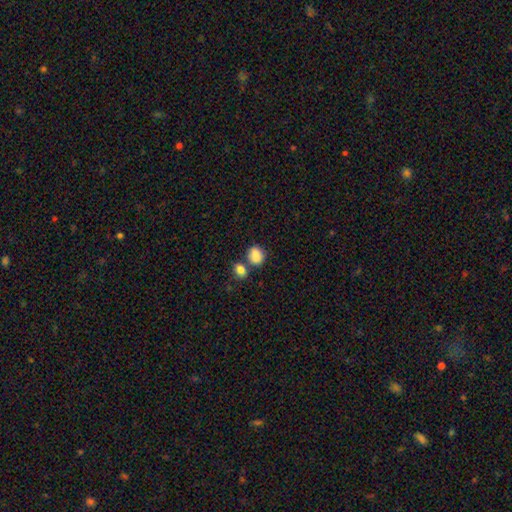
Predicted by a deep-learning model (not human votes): smooth_or_featured: smooth (p=0.85) [alt: star or artifact p=0.09]
how_rounded: in between (p=0.52) [alt: round p=0.47]
merging: none (p=0.53) [alt: merger p=0.28]